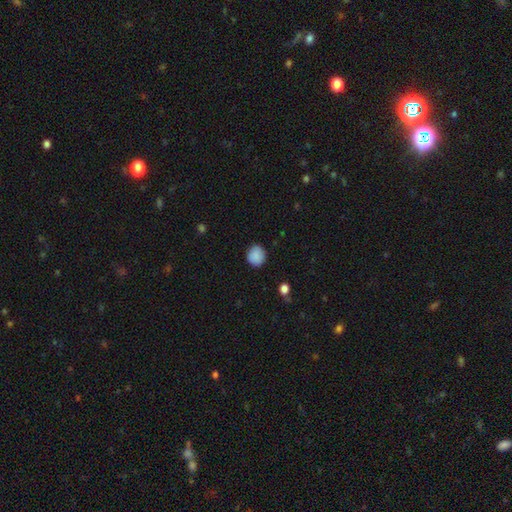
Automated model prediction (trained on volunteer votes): The model was most divided on "how rounded": round: 85%, in between: 14%, cigar-shaped: 1%. More confident: smooth or featured — smooth (88%); merging — none (86%).